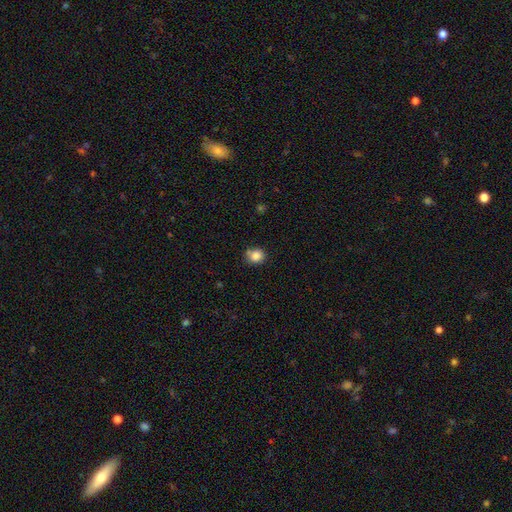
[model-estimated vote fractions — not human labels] smooth-or-featured: smooth: 85% | star or artifact: 10% | featured or disk: 5%
  how-rounded: round: 76% | in between: 23% | cigar-shaped: 1%
  merging: none: 69% | minor disturbance: 18% | merger: 9% | major disturbance: 4%